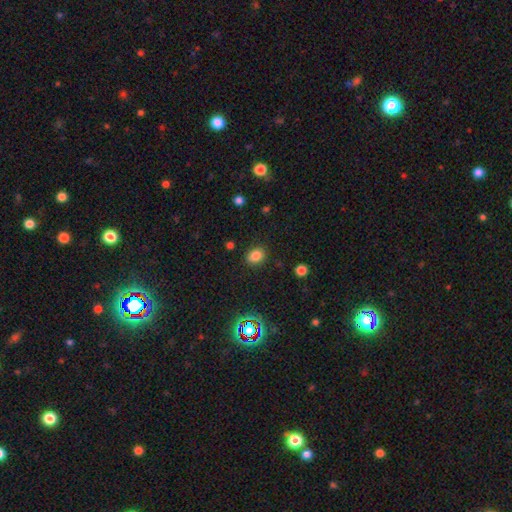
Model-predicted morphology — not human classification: type=smooth (81%); roundness=in between (60%); merging=none (86%).